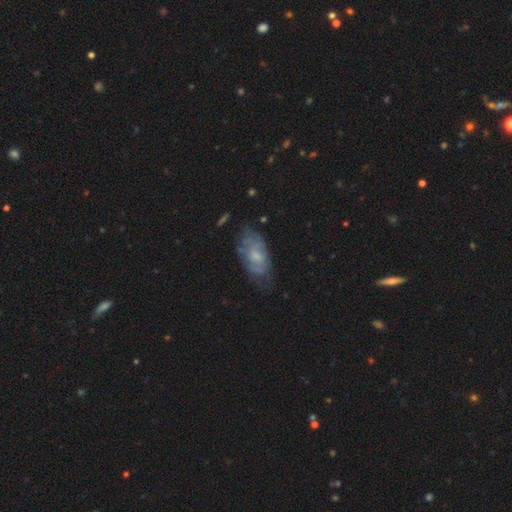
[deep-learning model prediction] smooth_or_featured: featured or disk (p=0.50) [alt: smooth p=0.42]
merging: none (p=0.60) [alt: minor disturbance p=0.27]